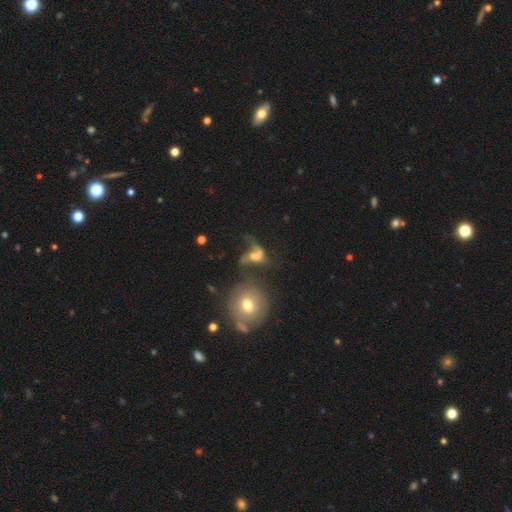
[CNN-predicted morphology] Smooth or featured? featured or disk (51%)
Edge-on disk? no (95%)
Merging? major disturbance (37%)